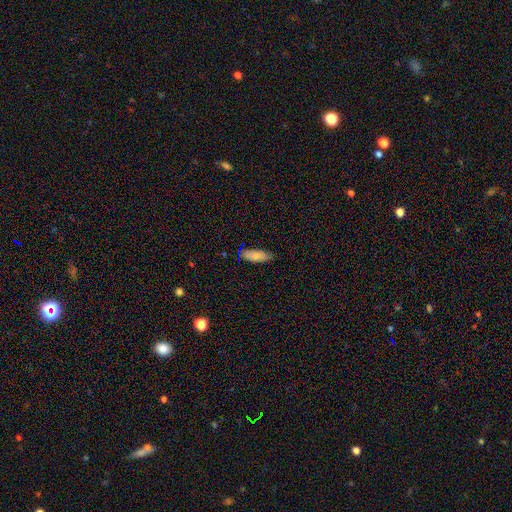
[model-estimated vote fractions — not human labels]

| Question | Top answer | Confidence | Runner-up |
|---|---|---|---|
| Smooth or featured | smooth | 80% | featured or disk (12%) |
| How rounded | in between | 66% | cigar-shaped (32%) |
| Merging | none | 82% | minor disturbance (15%) |